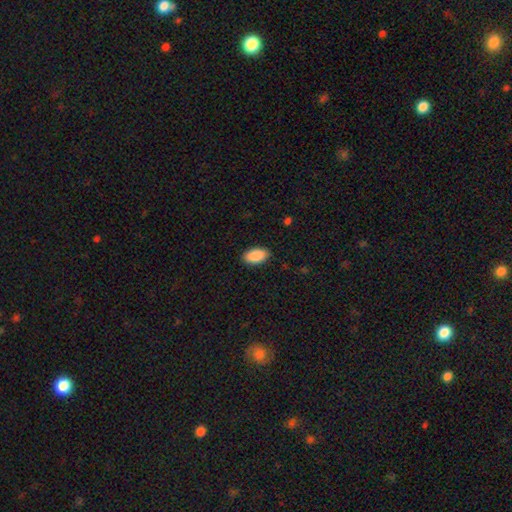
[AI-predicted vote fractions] Smooth or featured? smooth (90%)
How rounded? in between (94%)
Merging? none (89%)